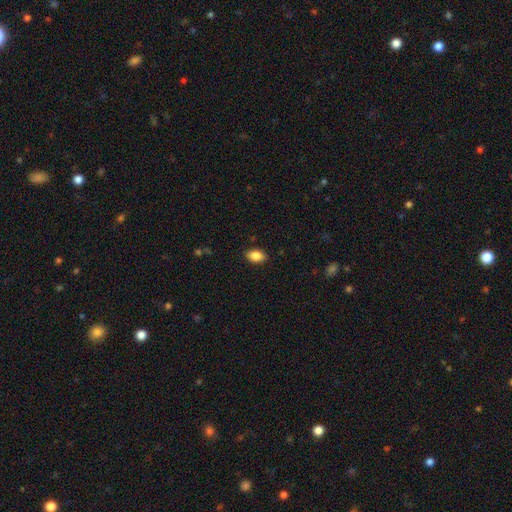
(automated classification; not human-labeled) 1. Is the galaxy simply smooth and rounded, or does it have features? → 87% smooth, 8% star or artifact, 5% featured or disk.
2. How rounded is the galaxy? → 90% in between, 8% round, 2% cigar-shaped.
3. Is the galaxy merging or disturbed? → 87% none, 9% minor disturbance, 2% major disturbance, 1% merger.